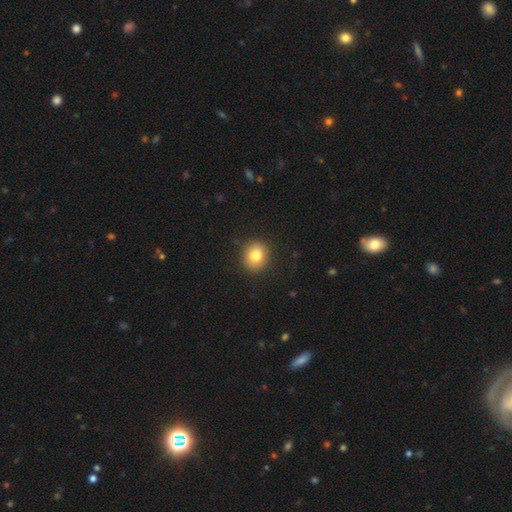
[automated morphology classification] Smooth or featured: smooth — 82% (star or artifact — 10%)
How rounded: round — 76% (in between — 23%)
Merging: none — 89% (minor disturbance — 8%)